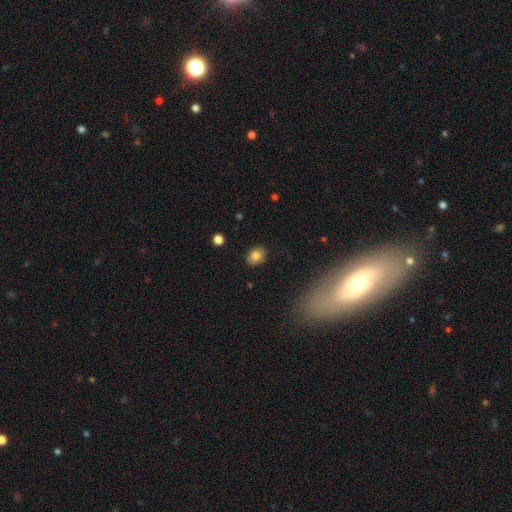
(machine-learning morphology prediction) A smooth galaxy with no disk features (81%) that is in between round and cigar-shaped (54%). Merging: none (87%).